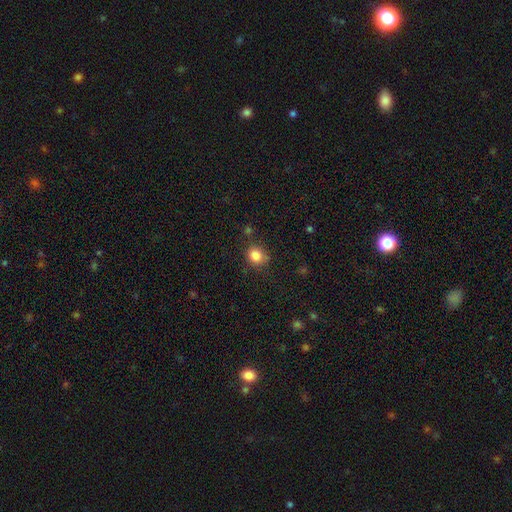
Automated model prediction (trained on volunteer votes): Morphology: type=smooth (85%); roundness=round (66%); merging=none (74%).